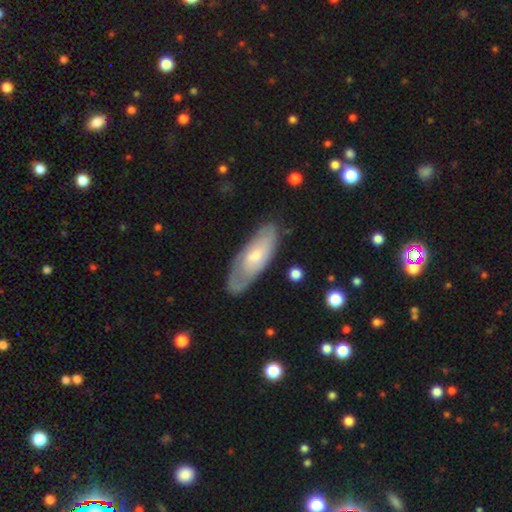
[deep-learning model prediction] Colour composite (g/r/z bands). It shows a featured or disk galaxy (51%). Merging: none (69%).